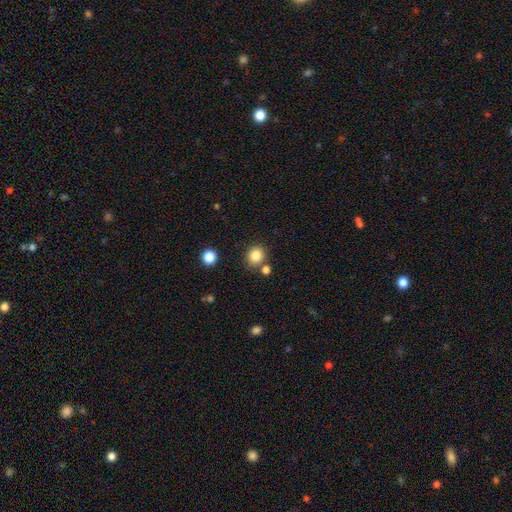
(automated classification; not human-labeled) smooth_or_featured: smooth (p=0.84) [alt: star or artifact p=0.11]
how_rounded: round (p=0.83) [alt: in between p=0.16]
merging: none (p=0.78) [alt: merger p=0.10]